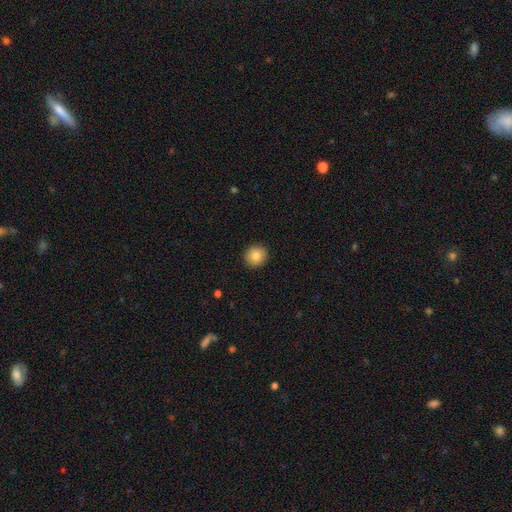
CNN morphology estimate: Smooth or featured?
  - smooth: 84% *
  - star or artifact: 9%
  - featured or disk: 7%
How rounded?
  - round: 91% *
  - in between: 8%
  - cigar-shaped: 1%
Merging?
  - none: 92% *
  - minor disturbance: 5%
  - major disturbance: 2%
  - merger: 1%